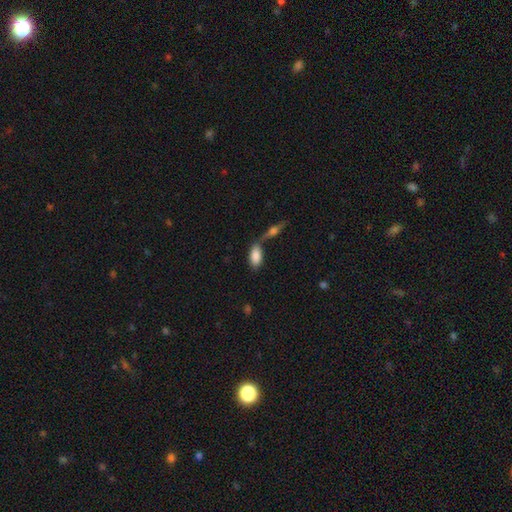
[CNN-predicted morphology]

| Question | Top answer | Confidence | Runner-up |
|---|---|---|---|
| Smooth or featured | smooth | 84% | featured or disk (10%) |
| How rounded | in between | 91% | cigar-shaped (6%) |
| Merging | none | 49% | merger (32%) |